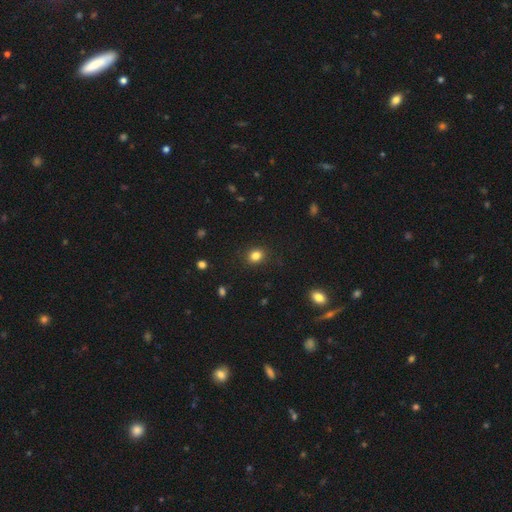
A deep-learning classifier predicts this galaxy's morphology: smooth 83%, star or artifact 12%, featured or disk 5%. Down the decision tree: how rounded — round (62%); merging — none (88%).